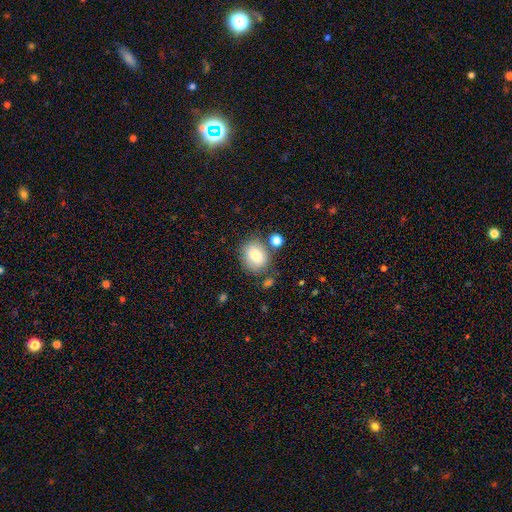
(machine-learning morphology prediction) Smooth or featured: smooth — 80% (featured or disk — 12%)
How rounded: round — 56% (in between — 43%)
Merging: none — 69% (minor disturbance — 15%)